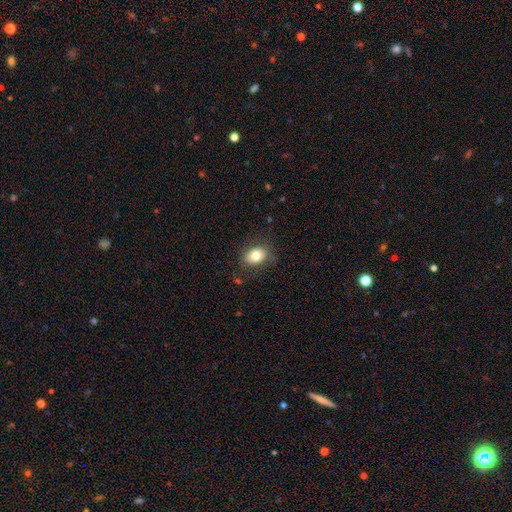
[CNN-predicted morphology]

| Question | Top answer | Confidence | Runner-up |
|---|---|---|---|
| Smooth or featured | smooth | 78% | featured or disk (13%) |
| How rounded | in between | 69% | round (30%) |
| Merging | none | 78% | minor disturbance (15%) |